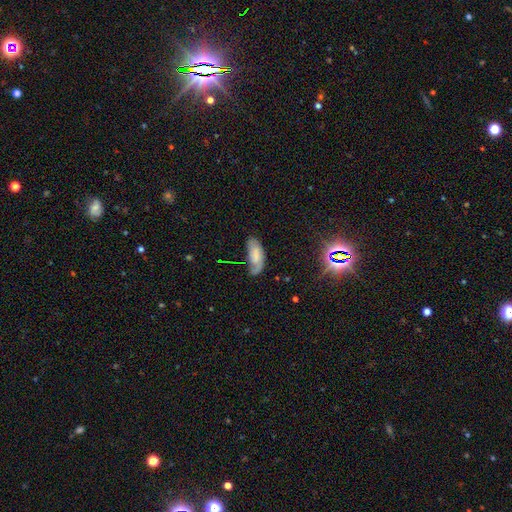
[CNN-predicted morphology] Smooth or featured? smooth (57%)
How rounded? in between (85%)
Merging? none (46%)